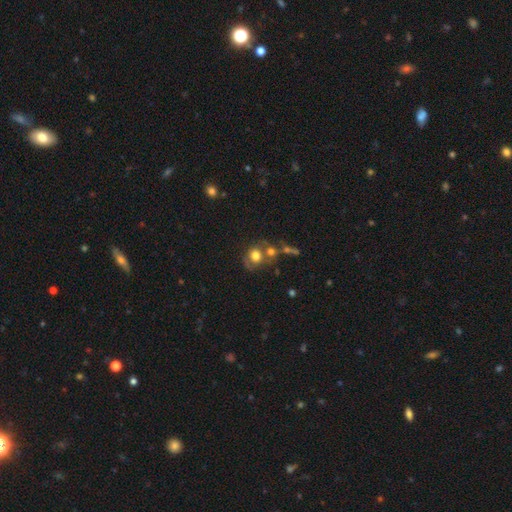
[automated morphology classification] Smooth or featured: smooth — 62% (featured or disk — 26%)
How rounded: round — 72% (in between — 27%)
Merging: none — 42% (merger — 31%)